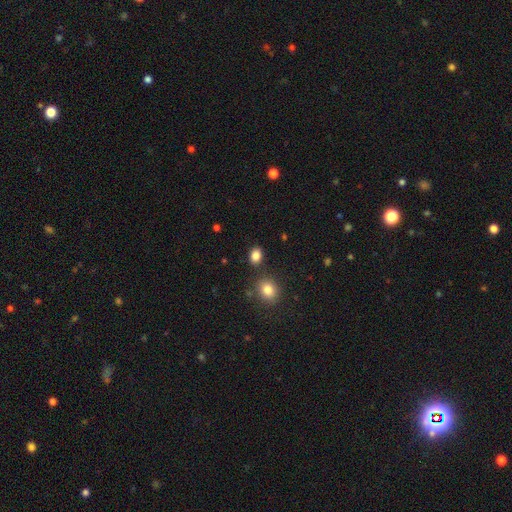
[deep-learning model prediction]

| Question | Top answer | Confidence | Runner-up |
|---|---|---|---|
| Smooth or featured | smooth | 85% | star or artifact (11%) |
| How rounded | in between | 70% | round (29%) |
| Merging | none | 82% | minor disturbance (9%) |